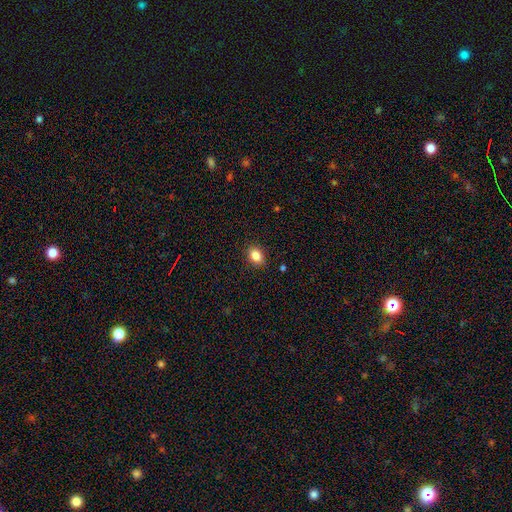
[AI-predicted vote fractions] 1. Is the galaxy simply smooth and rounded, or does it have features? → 85% smooth, 10% star or artifact, 5% featured or disk.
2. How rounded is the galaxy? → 68% in between, 31% round, 1% cigar-shaped.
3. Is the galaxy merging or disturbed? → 86% none, 11% minor disturbance, 2% major disturbance, 1% merger.